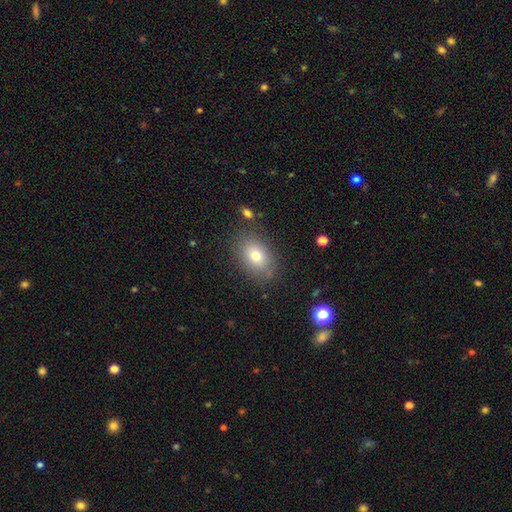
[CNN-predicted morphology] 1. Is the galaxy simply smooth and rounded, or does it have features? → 77% smooth, 13% featured or disk, 10% star or artifact.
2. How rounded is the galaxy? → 80% in between, 19% round, 1% cigar-shaped.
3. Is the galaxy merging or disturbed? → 81% none, 12% minor disturbance, 4% major disturbance, 3% merger.